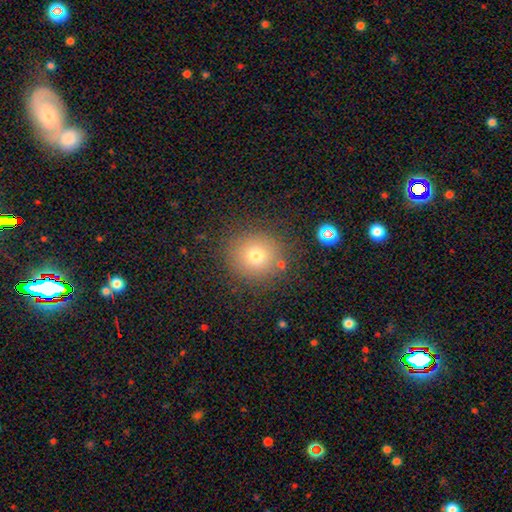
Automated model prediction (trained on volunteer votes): Smooth or featured: smooth — 73% (star or artifact — 15%)
How rounded: round — 93% (in between — 6%)
Merging: none — 84% (minor disturbance — 9%)